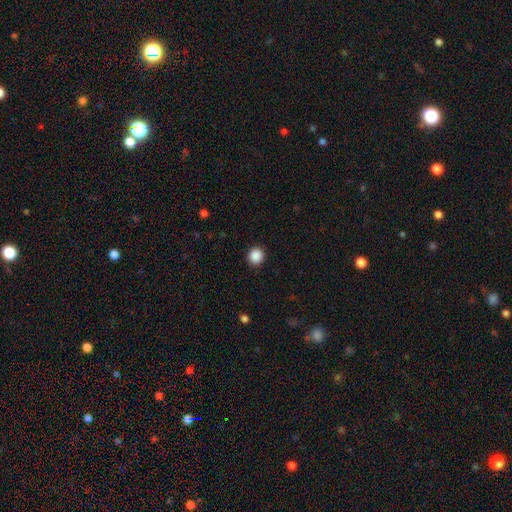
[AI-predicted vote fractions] Q: Smooth or featured?
A: smooth (89%); runner-up: star or artifact (9%)
Q: How rounded?
A: round (91%); runner-up: in between (8%)
Q: Merging?
A: none (92%); runner-up: minor disturbance (5%)